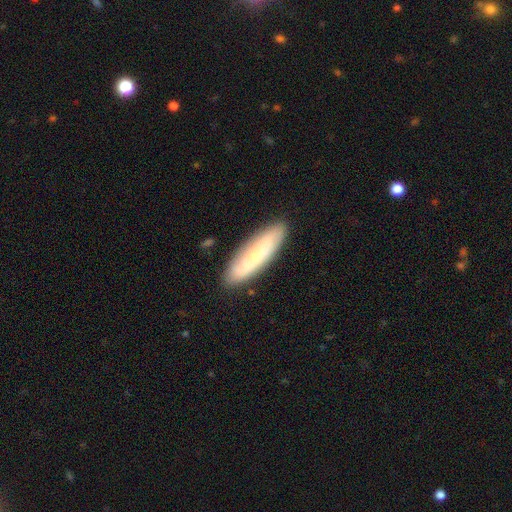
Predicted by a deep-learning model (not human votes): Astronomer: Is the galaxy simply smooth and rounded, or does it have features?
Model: smooth — 60%.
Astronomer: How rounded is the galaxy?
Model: cigar-shaped — 64%.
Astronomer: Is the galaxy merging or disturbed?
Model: none — 86%.